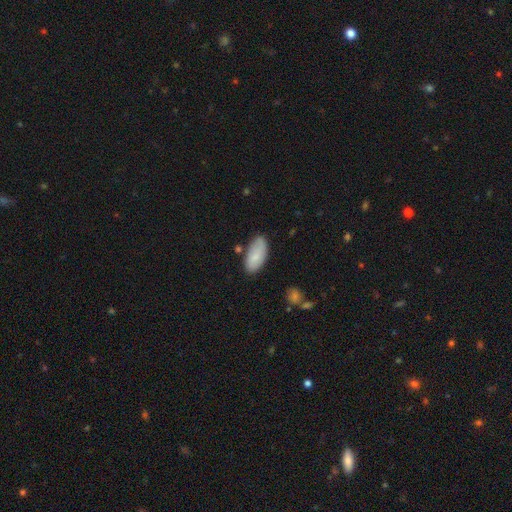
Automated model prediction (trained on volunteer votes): A smooth galaxy with no disk features (81%) that is in between round and cigar-shaped (93%).

Vote fractions:
- Smooth or featured? smooth: 81% / featured or disk: 13% / star or artifact: 6%
- How rounded? in between: 93% / cigar-shaped: 6% / round: 2%
- Merging? none: 75% / minor disturbance: 18% / merger: 4% / major disturbance: 3%